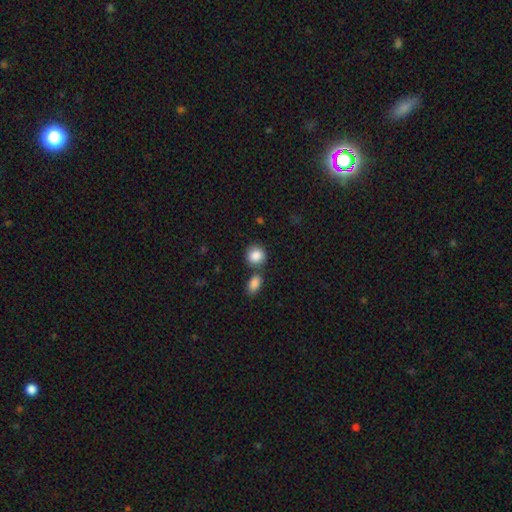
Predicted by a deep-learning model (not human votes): Smooth or featured: smooth — 88% (star or artifact — 7%)
How rounded: round — 77% (in between — 22%)
Merging: none — 65% (merger — 20%)